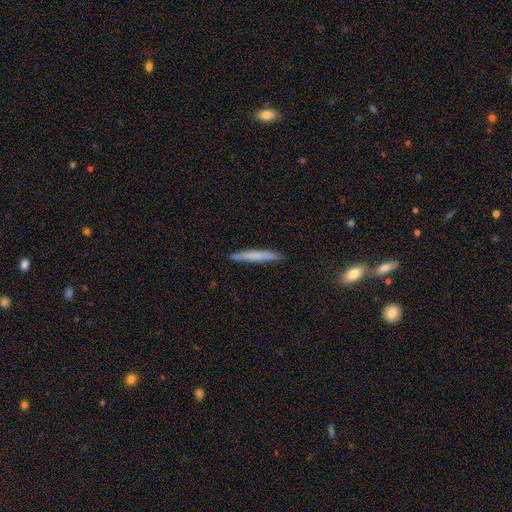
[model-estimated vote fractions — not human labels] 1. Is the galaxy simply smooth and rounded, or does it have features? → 68% smooth, 27% featured or disk, 6% star or artifact.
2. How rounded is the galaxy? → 96% cigar-shaped, 3% in between, 1% round.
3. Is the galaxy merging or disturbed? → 88% none, 9% minor disturbance, 2% major disturbance, 1% merger.